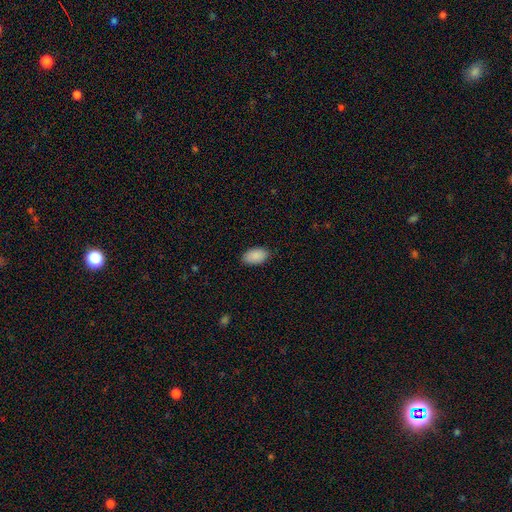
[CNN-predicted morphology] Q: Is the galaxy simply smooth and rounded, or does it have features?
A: smooth — 90%.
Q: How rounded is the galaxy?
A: in between — 94%.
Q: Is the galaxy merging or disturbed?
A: none — 85%.